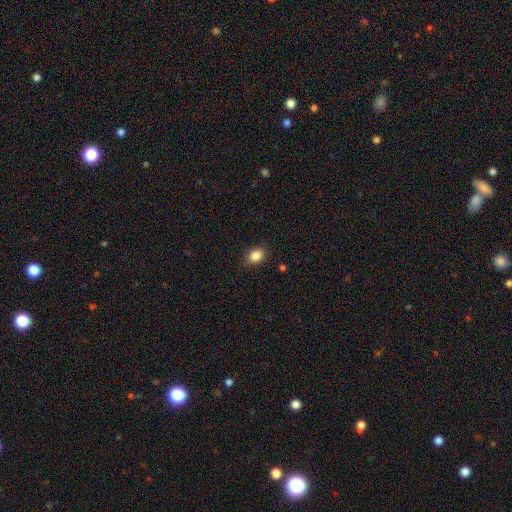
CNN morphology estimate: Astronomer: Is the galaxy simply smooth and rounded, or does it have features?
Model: smooth — 86%.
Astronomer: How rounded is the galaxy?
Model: in between — 67%.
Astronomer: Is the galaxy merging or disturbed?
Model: none — 88%.